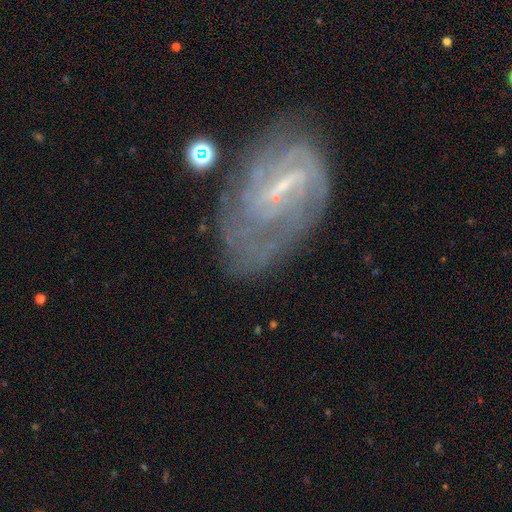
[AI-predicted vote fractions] Overall: featured or disk (77%). Edge-on disk: no (95%). Bar: weak (45%; strong 36%). Spiral arms: yes (82%). Spiral arm count: can't tell (45%; 2 26%). Spiral winding: tight (51%; medium 34%). Bulge size: small (62%). Merging: none (52%; minor disturbance 23%).